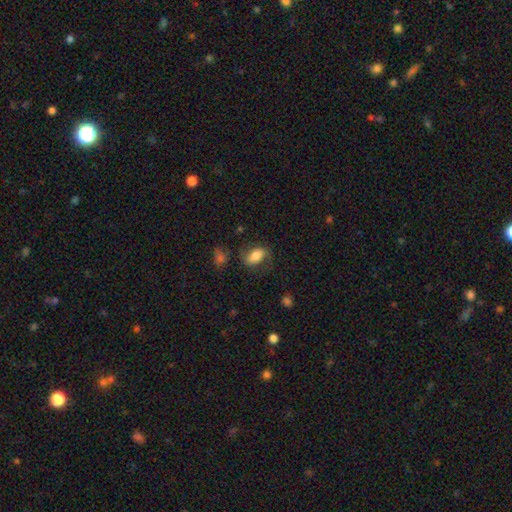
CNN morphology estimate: Smooth or featured? Predicted: smooth (p=0.72). How rounded? Predicted: in between (p=0.88). Merging? Predicted: none (p=0.69).